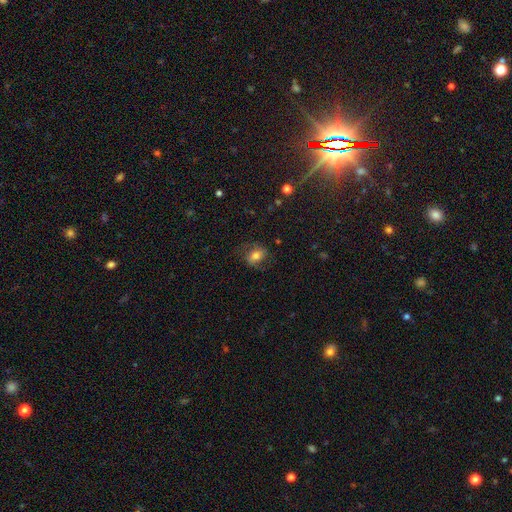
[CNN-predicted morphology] A smooth galaxy with no disk features (58%) that is in between round and cigar-shaped (58%).

Vote fractions:
- Smooth or featured? smooth: 58% / featured or disk: 31% / star or artifact: 11%
- How rounded? in between: 58% / round: 40% / cigar-shaped: 2%
- Merging? none: 69% / minor disturbance: 19% / major disturbance: 12% / merger: 1%